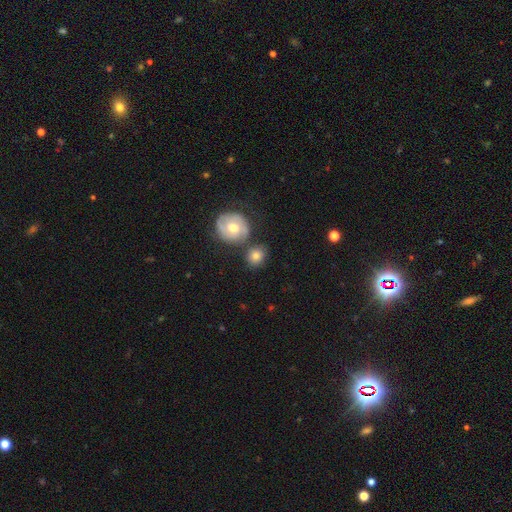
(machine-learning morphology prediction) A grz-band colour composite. It shows a smooth galaxy with no disk features (75%) that is round (76%). Merging: none (68%).